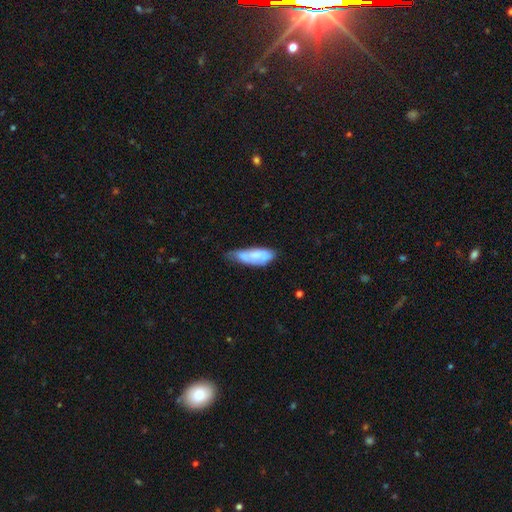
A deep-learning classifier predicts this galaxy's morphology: smooth 67%, featured or disk 27%, star or artifact 7%. Down the decision tree: how rounded — in between (69%); merging — minor disturbance (43%).